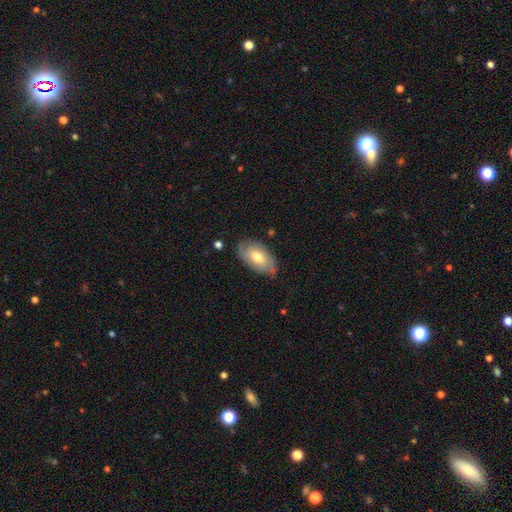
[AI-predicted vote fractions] Overall: smooth (54%; featured or disk 38%). How rounded: in between (93%). Merging: none (74%).